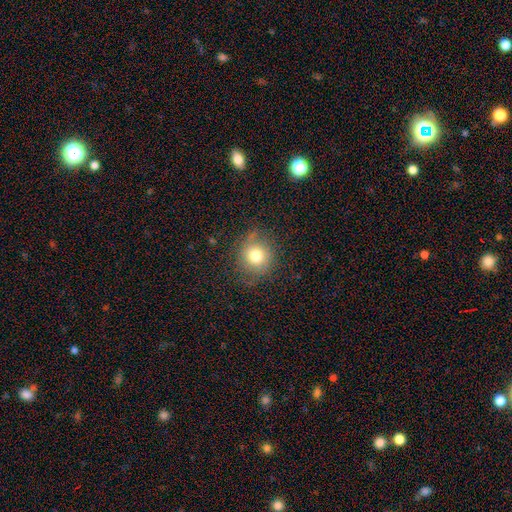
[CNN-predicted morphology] This appears to be a smooth galaxy with no disk features (72%) that is round (81%). Merging: none (75%).